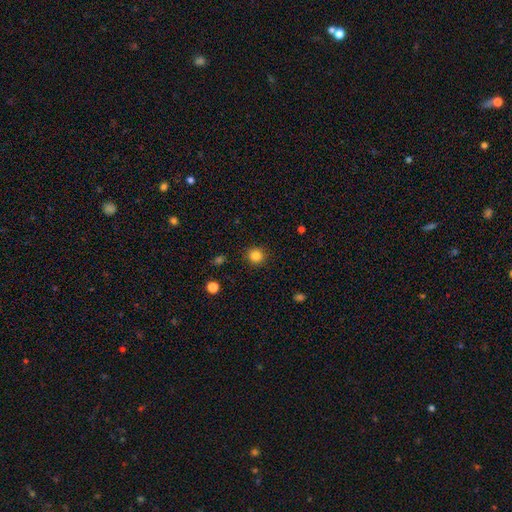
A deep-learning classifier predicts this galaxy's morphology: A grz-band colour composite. It shows a smooth galaxy with no disk features (85%) that is round (93%). Merging: none (90%).